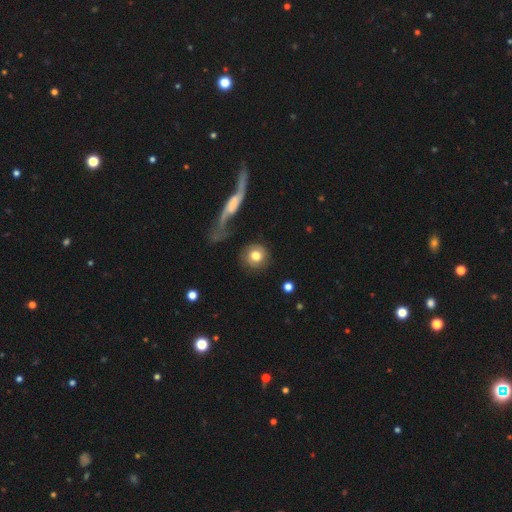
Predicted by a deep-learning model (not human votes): Q: Smooth or featured?
A: smooth (69%); runner-up: featured or disk (23%)
Q: How rounded?
A: round (91%); runner-up: in between (8%)
Q: Merging?
A: none (76%); runner-up: minor disturbance (11%)